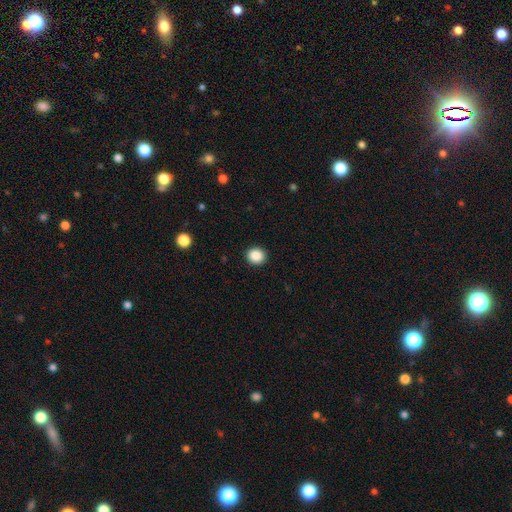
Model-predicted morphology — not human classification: Smooth or featured: smooth — 88% (star or artifact — 9%)
How rounded: round — 84% (in between — 15%)
Merging: none — 92% (minor disturbance — 5%)